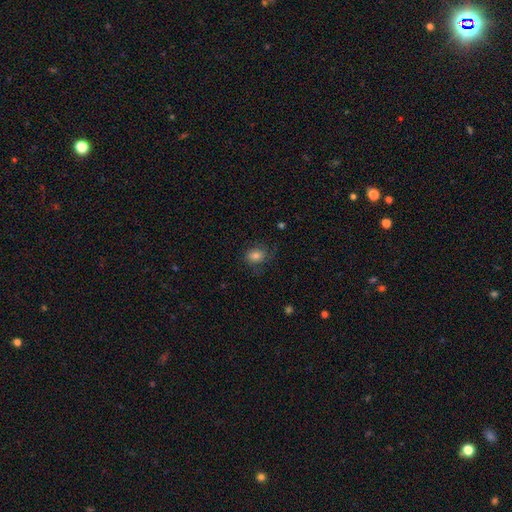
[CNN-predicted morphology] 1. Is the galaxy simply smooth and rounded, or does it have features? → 77% smooth, 13% featured or disk, 10% star or artifact.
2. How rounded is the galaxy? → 56% in between, 43% round, 1% cigar-shaped.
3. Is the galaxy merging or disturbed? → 70% none, 20% minor disturbance, 9% major disturbance, 1% merger.